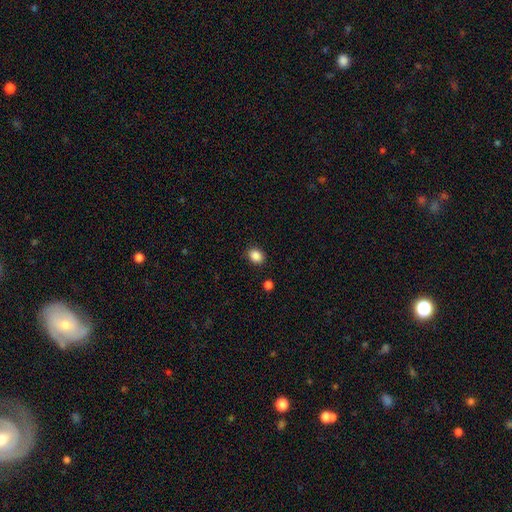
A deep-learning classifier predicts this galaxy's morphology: A smooth galaxy with no disk features (87%) that is in between round and cigar-shaped (52%). Merging: none (88%).